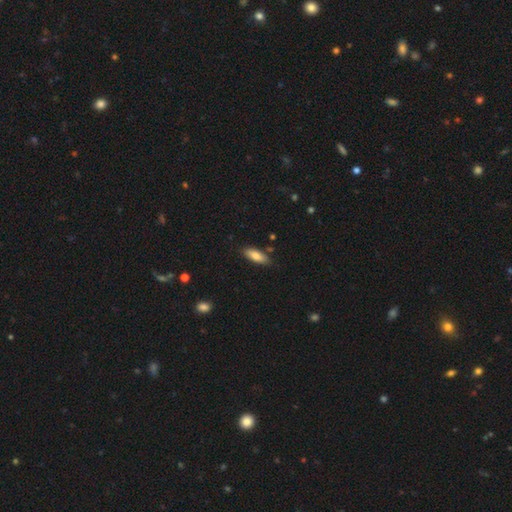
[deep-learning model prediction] Smooth or featured? Predicted: smooth (p=0.79). How rounded? Predicted: in between (p=0.69). Merging? Predicted: none (p=0.83).